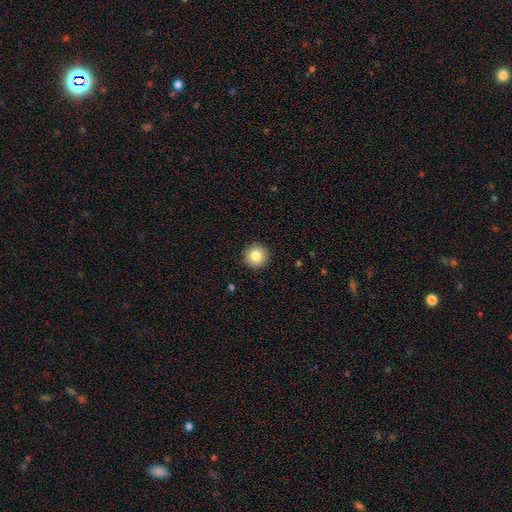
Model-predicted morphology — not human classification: Smooth or featured? smooth (84%)
How rounded? round (96%)
Merging? none (92%)